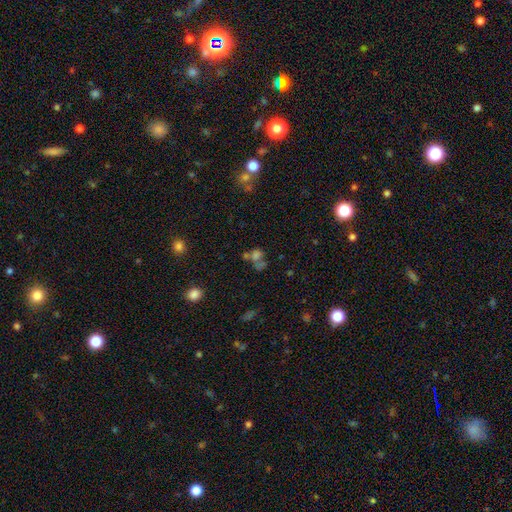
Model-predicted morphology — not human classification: A smooth galaxy with no disk features (56%) that is round (58%). Merging: merger (41%).